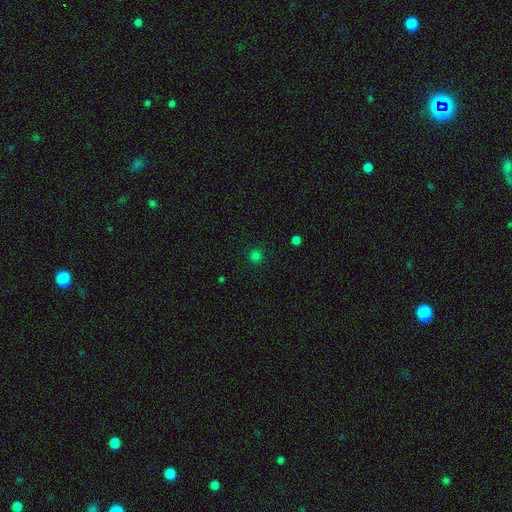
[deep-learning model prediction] smooth_or_featured: smooth (p=0.79) [alt: star or artifact p=0.17]
how_rounded: round (p=0.95) [alt: in between p=0.04]
merging: none (p=0.92) [alt: minor disturbance p=0.05]